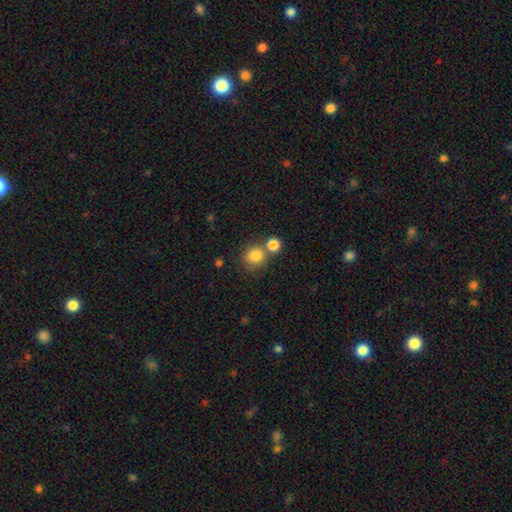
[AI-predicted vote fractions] smooth-or-featured: smooth: 82% | star or artifact: 11% | featured or disk: 7%
  how-rounded: round: 83% | in between: 16% | cigar-shaped: 1%
  merging: none: 58% | merger: 27% | minor disturbance: 11% | major disturbance: 4%